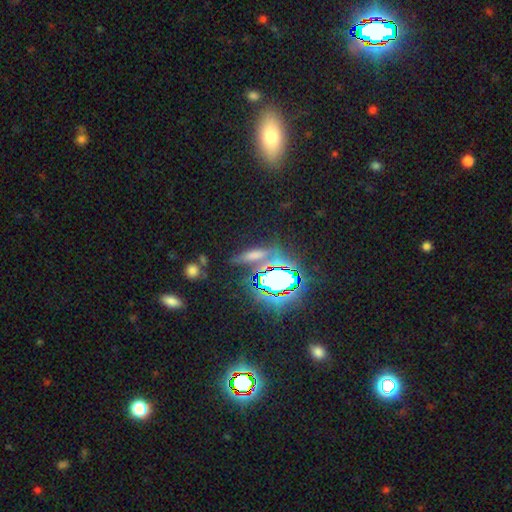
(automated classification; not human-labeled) Smooth or featured? Predicted: star or artifact (p=0.52).